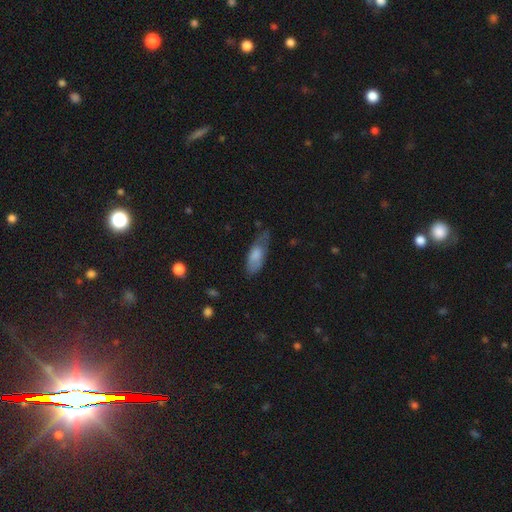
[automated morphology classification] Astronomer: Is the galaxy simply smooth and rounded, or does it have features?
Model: smooth — 76%.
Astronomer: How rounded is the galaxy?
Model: in between — 73%.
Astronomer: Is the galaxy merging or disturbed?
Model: none — 43% (runner-up: minor disturbance, 39%).